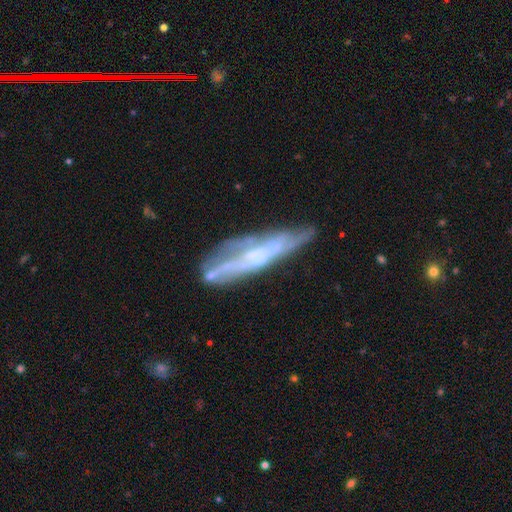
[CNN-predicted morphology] Smooth or featured?
  - featured or disk: 69% *
  - smooth: 24%
  - star or artifact: 7%
Edge-on disk?
  - yes: 50% * (tied)
  - no: 50% * (tied)
Merging?
  - none: 58% *
  - minor disturbance: 25%
  - major disturbance: 12%
  - merger: 6%